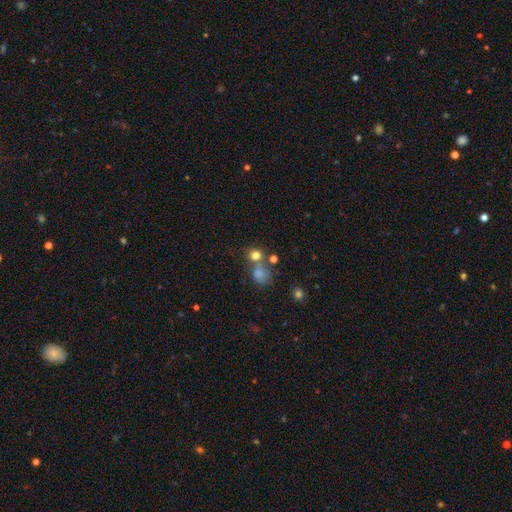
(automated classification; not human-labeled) Smooth or featured?
  - smooth: 75% *
  - star or artifact: 16%
  - featured or disk: 9%
How rounded?
  - round: 79% *
  - in between: 20%
  - cigar-shaped: 1%
Merging?
  - none: 52% *
  - merger: 32%
  - minor disturbance: 10%
  - major disturbance: 6%